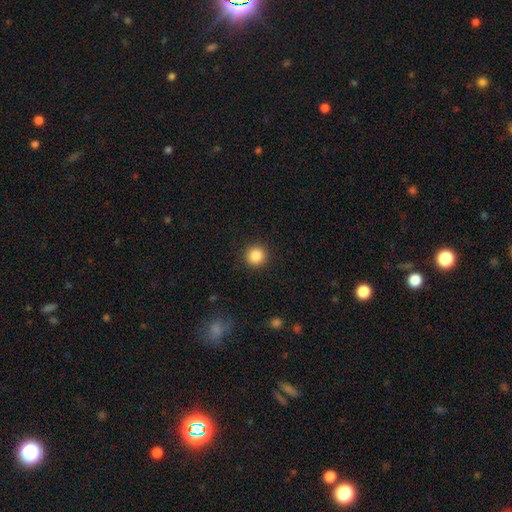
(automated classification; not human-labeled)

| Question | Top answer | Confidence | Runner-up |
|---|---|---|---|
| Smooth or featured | smooth | 87% | star or artifact (10%) |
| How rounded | round | 95% | in between (4%) |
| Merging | none | 92% | minor disturbance (5%) |